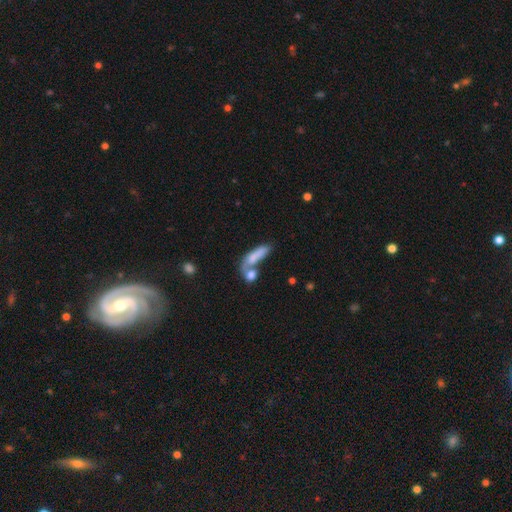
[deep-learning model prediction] Overall: smooth (72%). How rounded: cigar-shaped (48%; in between 46%). Merging: merger (50%; none 28%).